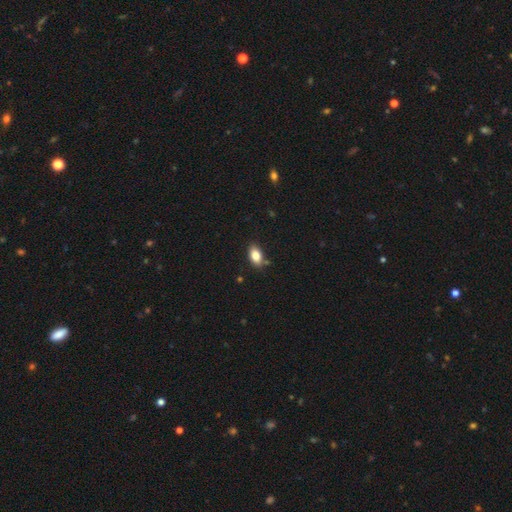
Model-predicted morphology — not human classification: smooth-or-featured: smooth: 83% | featured or disk: 9% | star or artifact: 8%
  how-rounded: in between: 91% | round: 6% | cigar-shaped: 3%
  merging: none: 82% | minor disturbance: 13% | merger: 3% | major disturbance: 2%